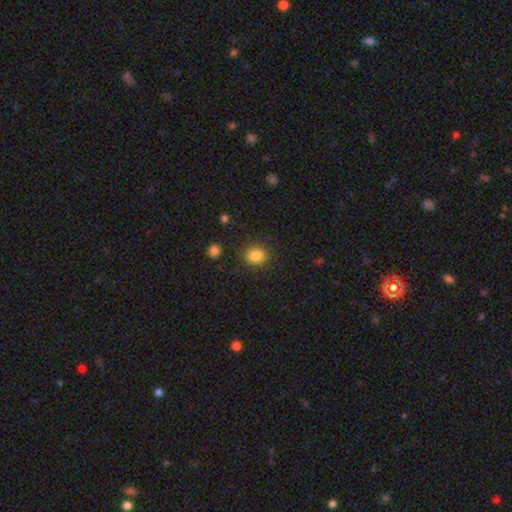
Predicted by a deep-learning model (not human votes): Smooth or featured? Predicted: smooth (p=0.85). How rounded? Predicted: round (p=0.61). Merging? Predicted: none (p=0.84).